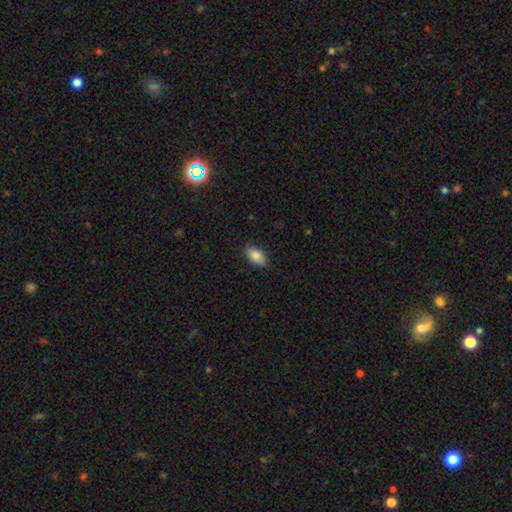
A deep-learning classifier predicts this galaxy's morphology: The model was most divided on "smooth or featured": smooth: 85%, featured or disk: 8%, star or artifact: 7%. More confident: how rounded — in between (93%); merging — none (87%).